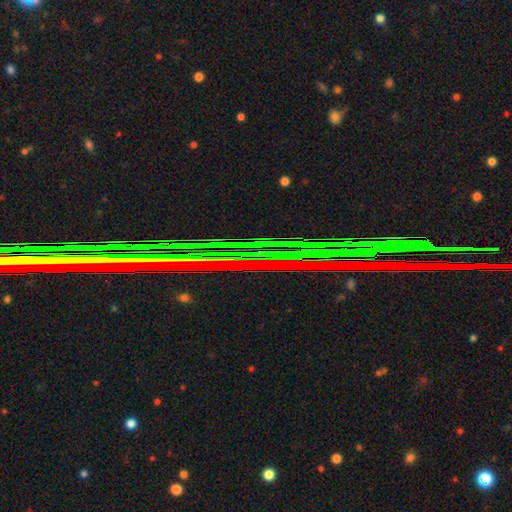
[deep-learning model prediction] A star or artifact, not a galaxy (79%).